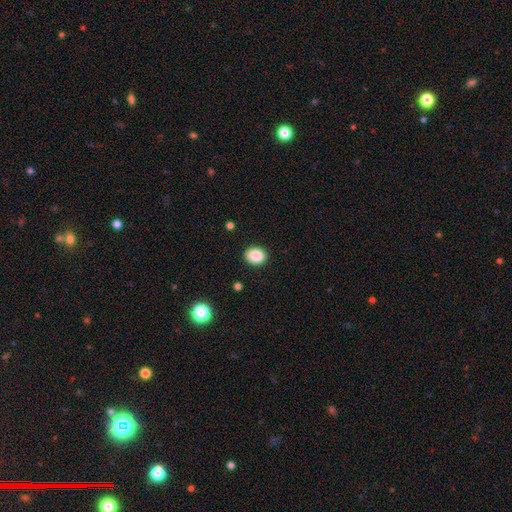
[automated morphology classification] Smooth or featured?
  - smooth: 88% *
  - star or artifact: 9%
  - featured or disk: 3%
How rounded?
  - in between: 57% *
  - round: 42%
  - cigar-shaped: 1%
Merging?
  - none: 89% *
  - minor disturbance: 8%
  - major disturbance: 2%
  - merger: 1%